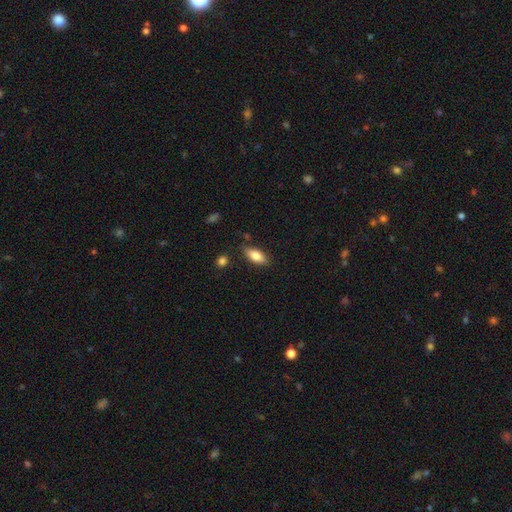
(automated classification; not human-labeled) Overall: smooth (81%). How rounded: in between (84%). Merging: none (82%).